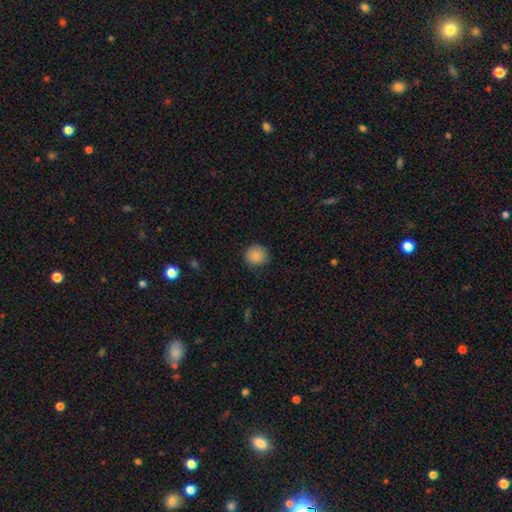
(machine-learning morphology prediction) A smooth galaxy with no disk features (87%) that is round (87%). Merging: none (85%).